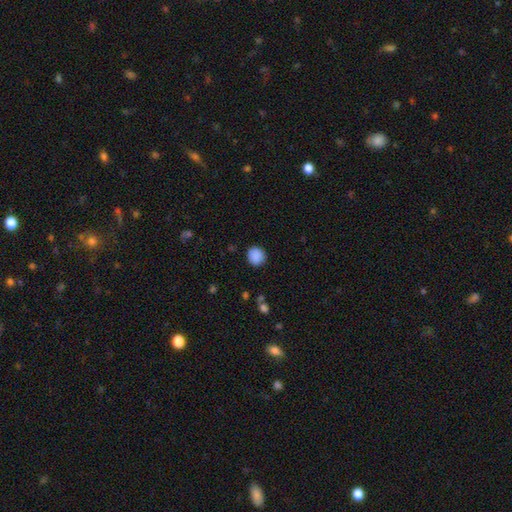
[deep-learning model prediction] Smooth or featured?
  - smooth: 89% *
  - star or artifact: 8%
  - featured or disk: 3%
How rounded?
  - round: 87% *
  - in between: 12%
  - cigar-shaped: 1%
Merging?
  - none: 87% *
  - minor disturbance: 9%
  - major disturbance: 2%
  - merger: 1%